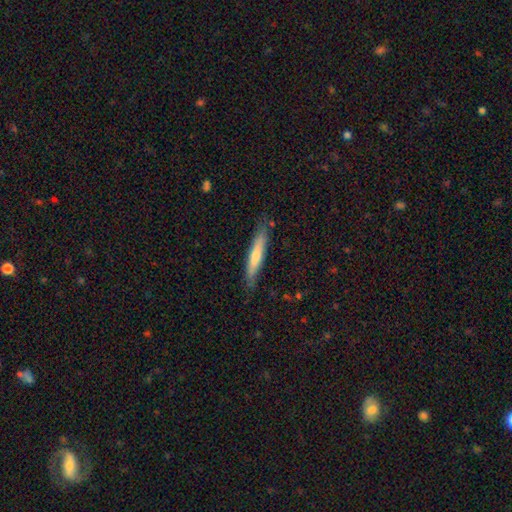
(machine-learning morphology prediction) Overall: smooth (60%; featured or disk 34%). How rounded: cigar-shaped (92%). Merging: none (84%).